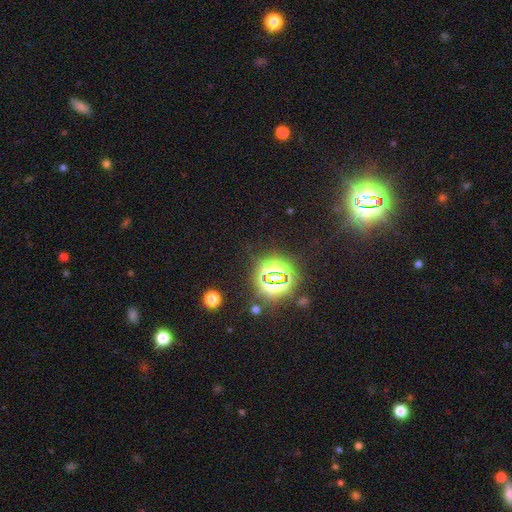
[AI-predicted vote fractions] Smooth or featured? Predicted: star or artifact (p=0.80).